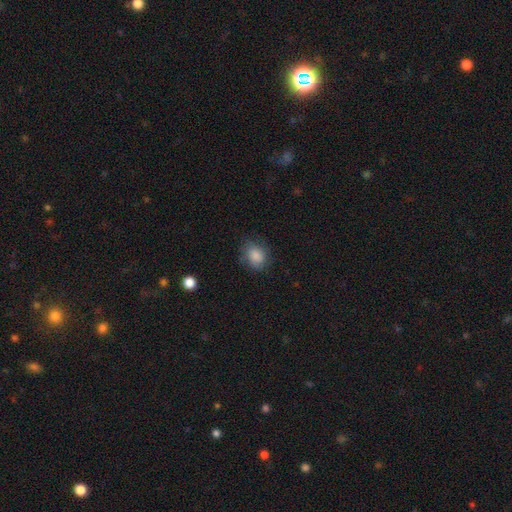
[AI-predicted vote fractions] smooth 85%, star or artifact 8%, featured or disk 7%. Down the decision tree: how rounded — in between (52%); merging — none (74%).